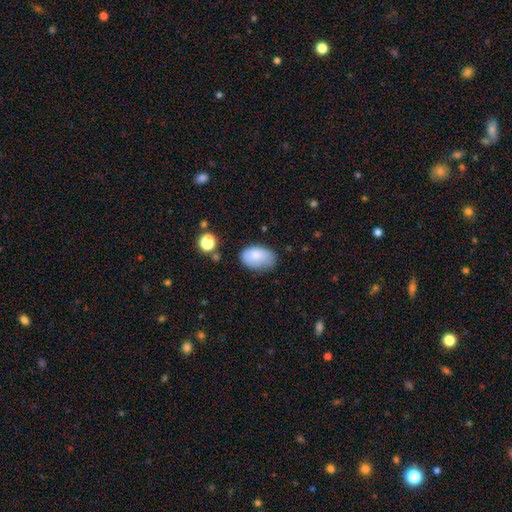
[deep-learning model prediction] Q: Smooth or featured?
A: smooth (81%); runner-up: featured or disk (11%)
Q: How rounded?
A: in between (91%); runner-up: round (8%)
Q: Merging?
A: none (61%); runner-up: minor disturbance (29%)